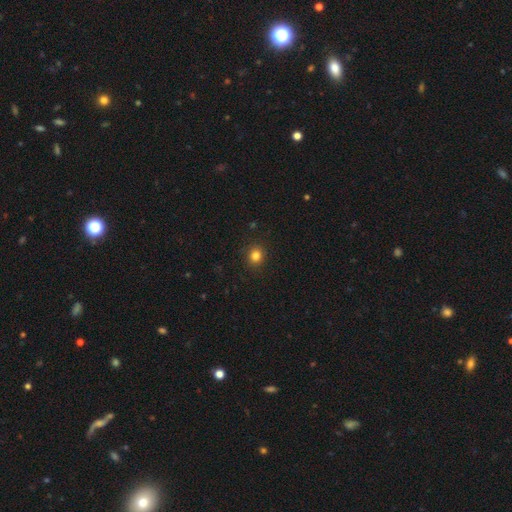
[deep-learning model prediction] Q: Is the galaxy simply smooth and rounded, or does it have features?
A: smooth — 82%.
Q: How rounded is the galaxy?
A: round — 82%.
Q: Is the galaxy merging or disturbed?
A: none — 89%.